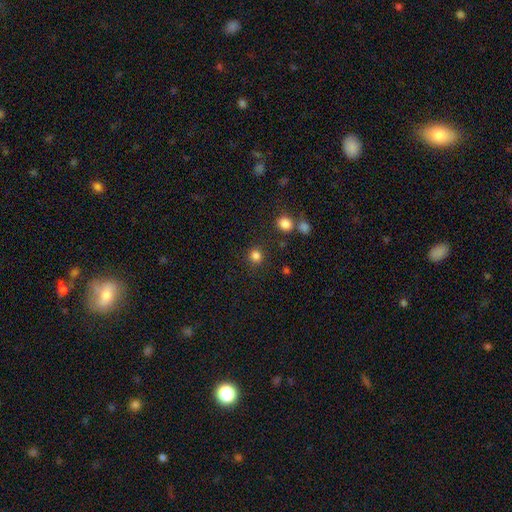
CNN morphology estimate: This appears to be a smooth galaxy with no disk features (83%) that is round (91%). Merging: none (86%).